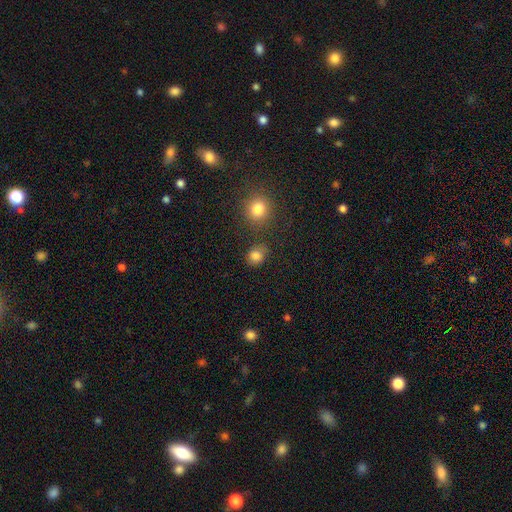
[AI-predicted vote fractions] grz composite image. It shows a smooth galaxy with no disk features (82%) that is round (59%). Merging: none (74%).